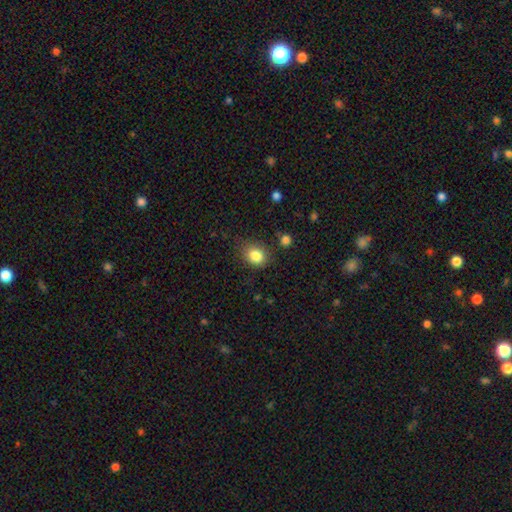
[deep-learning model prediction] A smooth galaxy with no disk features (85%) that is in between round and cigar-shaped (50%). Merging: none (76%).